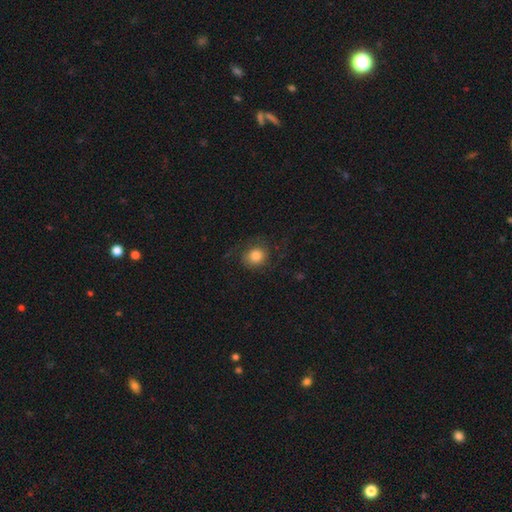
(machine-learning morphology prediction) Smooth or featured: smooth — 74% (featured or disk — 17%)
How rounded: round — 79% (in between — 20%)
Merging: none — 67% (minor disturbance — 17%)